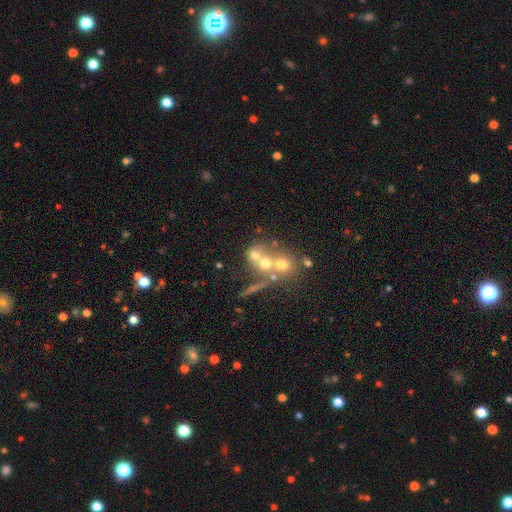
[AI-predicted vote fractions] This appears to be a smooth galaxy with no disk features (52%) that is round (71%). Merging: merger (58%).